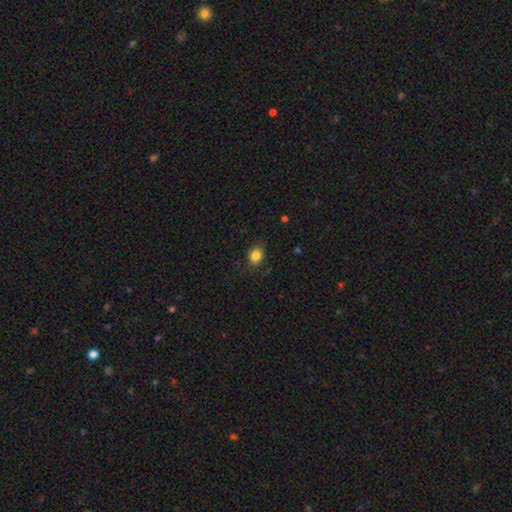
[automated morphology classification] smooth 84%, star or artifact 11%, featured or disk 6%. Down the decision tree: how rounded — round (60%); merging — none (79%).